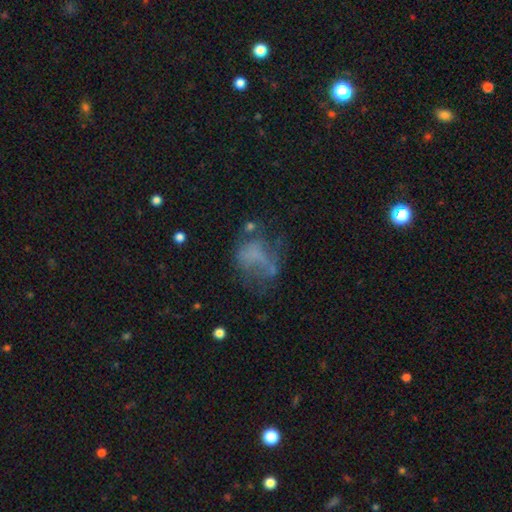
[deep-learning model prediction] Smooth or featured? Predicted: smooth (p=0.41). Merging? Predicted: major disturbance (p=0.37).